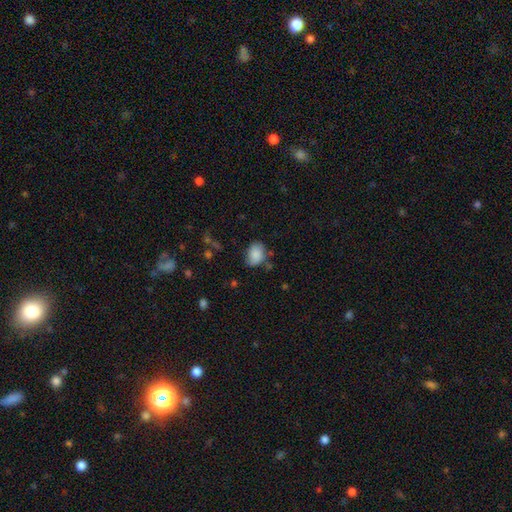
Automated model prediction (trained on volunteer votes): smooth-or-featured: smooth: 84% | star or artifact: 8% | featured or disk: 8%
  how-rounded: in between: 70% | round: 29% | cigar-shaped: 1%
  merging: none: 60% | minor disturbance: 28% | major disturbance: 7% | merger: 5%